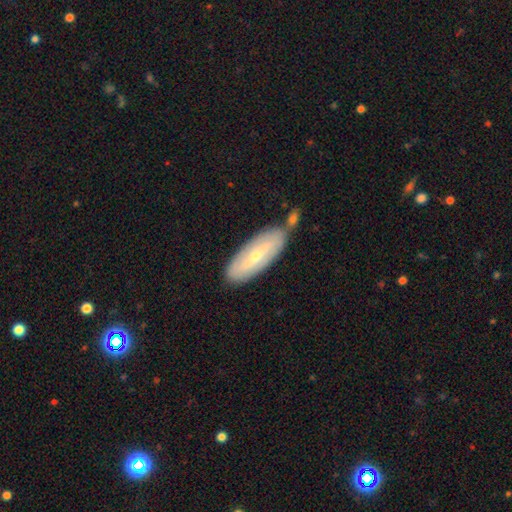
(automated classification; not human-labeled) Smooth or featured? featured or disk (54%)
Edge-on disk? no (77%)
Merging? none (69%)